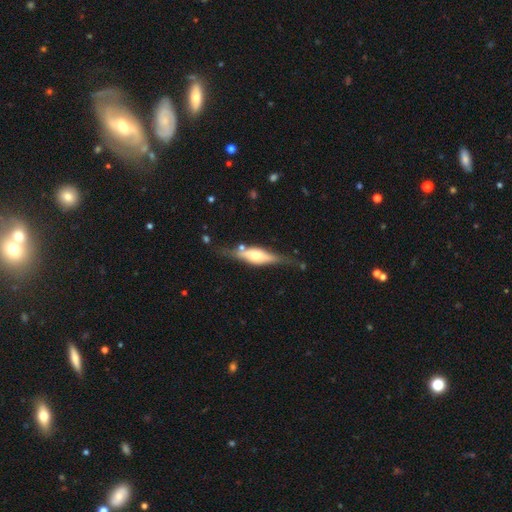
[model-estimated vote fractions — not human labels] This is likely a featured or disk galaxy (64%). It is clearly viewed edge-on (88%). Edge-on bulge: clearly rounded (84%). Merging: likely none (69%).